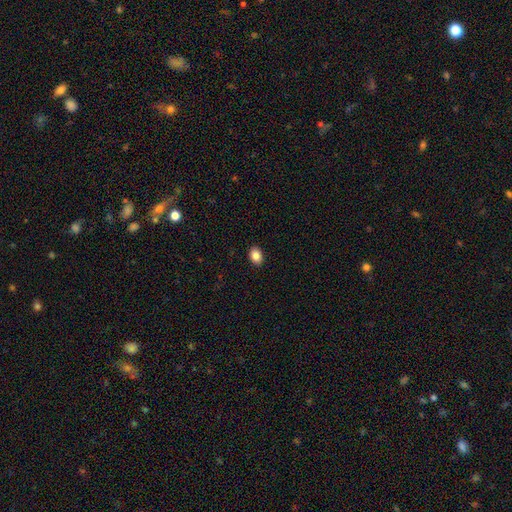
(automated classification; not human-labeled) Smooth or featured? Predicted: smooth (p=0.86). How rounded? Predicted: in between (p=0.78). Merging? Predicted: none (p=0.90).